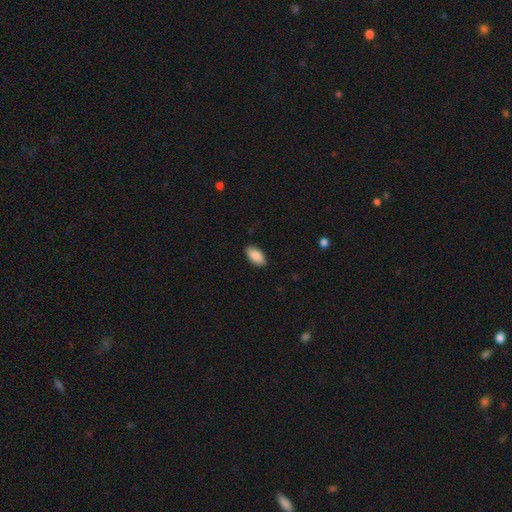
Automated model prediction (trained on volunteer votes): This is clearly a smooth galaxy (88%). How rounded: clearly in between (94%). Merging: clearly none (89%).